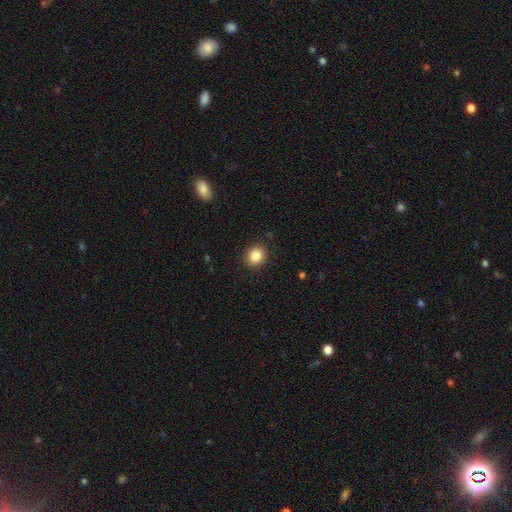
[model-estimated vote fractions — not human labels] This is clearly a smooth galaxy (86%). How rounded: likely round (74%). Merging: clearly none (90%).